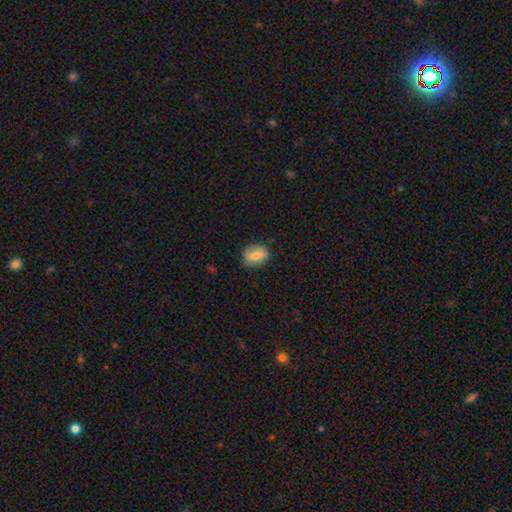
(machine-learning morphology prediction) type=smooth (66%); roundness=in between (66%); merging=none (77%).